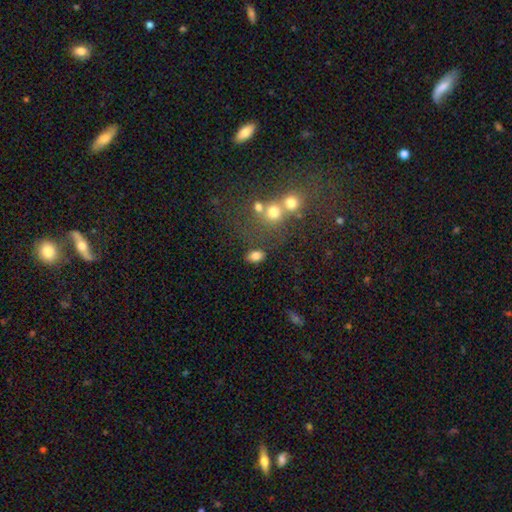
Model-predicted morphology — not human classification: Smooth or featured? smooth (80%)
How rounded? in between (84%)
Merging? none (73%)